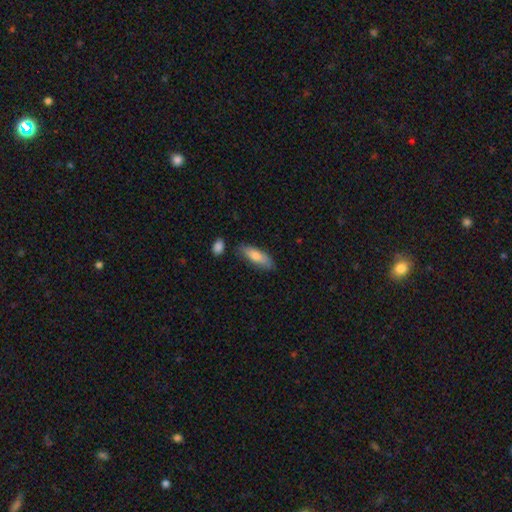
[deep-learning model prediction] smooth_or_featured: smooth (p=0.74) [alt: featured or disk p=0.19]
how_rounded: in between (p=0.54) [alt: cigar-shaped p=0.44]
merging: none (p=0.78) [alt: minor disturbance p=0.15]